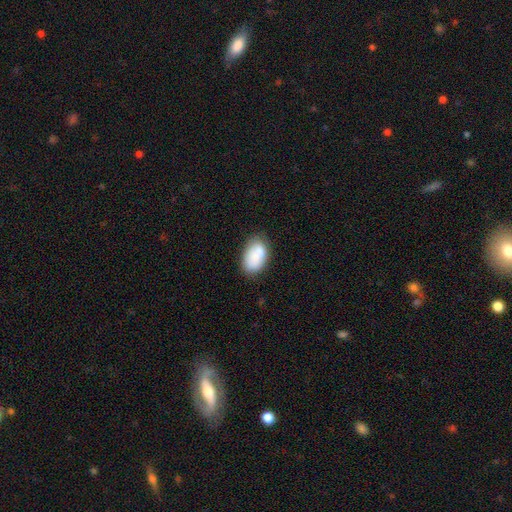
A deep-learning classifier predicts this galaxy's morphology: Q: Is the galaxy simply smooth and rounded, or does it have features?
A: smooth — 78%.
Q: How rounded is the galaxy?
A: in between — 91%.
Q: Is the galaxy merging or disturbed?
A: none — 65%.